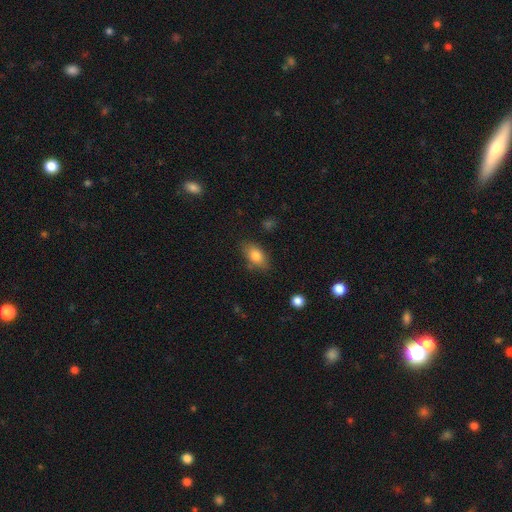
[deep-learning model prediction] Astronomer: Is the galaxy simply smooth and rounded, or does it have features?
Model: smooth — 81%.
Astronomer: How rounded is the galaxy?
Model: in between — 88%.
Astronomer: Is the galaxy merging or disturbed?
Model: none — 79%.